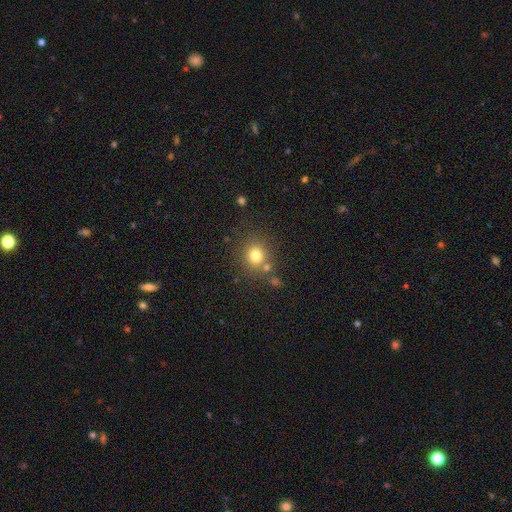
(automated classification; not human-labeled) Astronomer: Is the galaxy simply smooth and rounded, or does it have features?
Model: smooth — 77%.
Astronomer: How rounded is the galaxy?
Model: round — 84%.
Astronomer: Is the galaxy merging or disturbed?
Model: none — 73%.